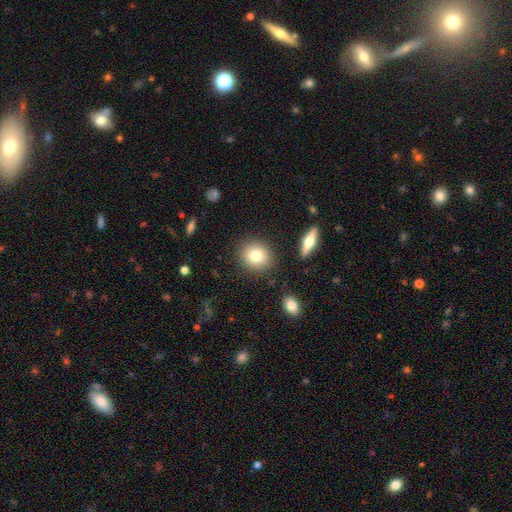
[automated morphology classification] type=smooth (79%); roundness=round (80%); merging=none (86%).